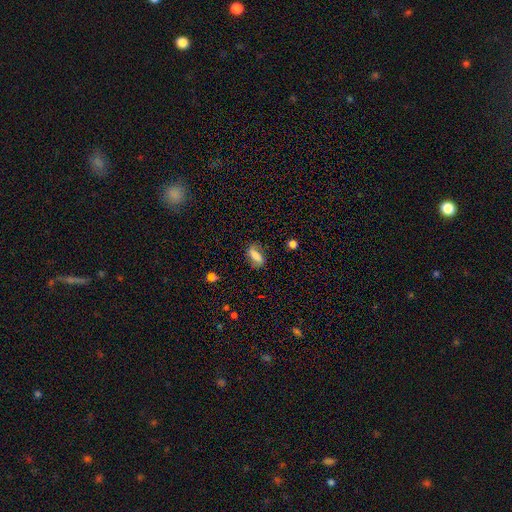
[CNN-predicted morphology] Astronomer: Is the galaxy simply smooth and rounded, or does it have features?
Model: smooth — 68%.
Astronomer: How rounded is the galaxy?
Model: in between — 73%.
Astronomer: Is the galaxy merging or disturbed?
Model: none — 74%.